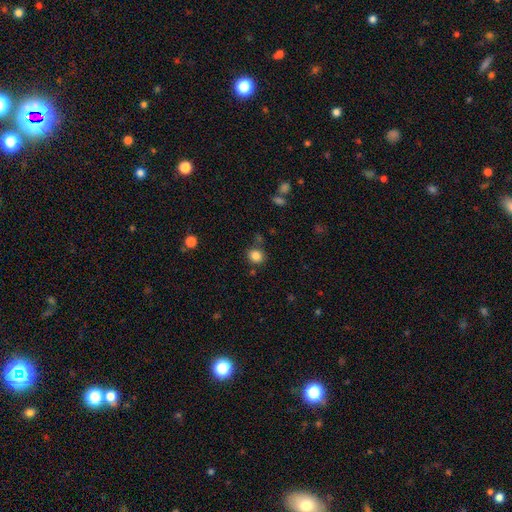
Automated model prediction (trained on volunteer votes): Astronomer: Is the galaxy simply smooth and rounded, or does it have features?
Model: smooth — 84%.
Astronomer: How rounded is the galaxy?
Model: round — 76%.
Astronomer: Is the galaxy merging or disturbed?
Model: none — 81%.